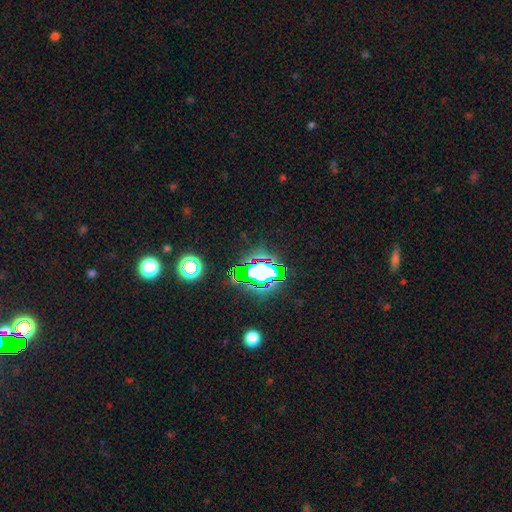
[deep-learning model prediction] Q: Smooth or featured?
A: star or artifact (75%); runner-up: smooth (15%)